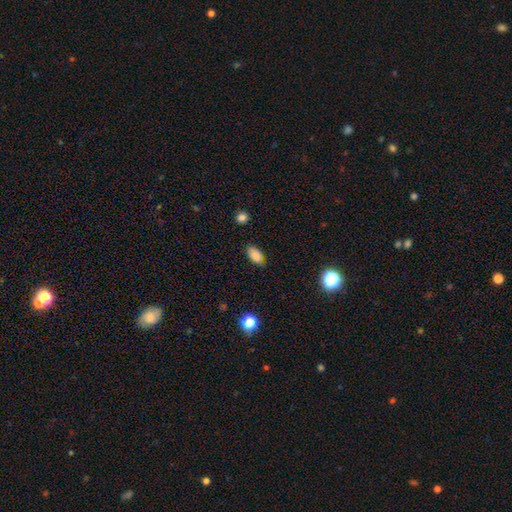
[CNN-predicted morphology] Smooth or featured?
  - smooth: 84% *
  - star or artifact: 9%
  - featured or disk: 7%
How rounded?
  - in between: 91% *
  - round: 5%
  - cigar-shaped: 5%
Merging?
  - none: 82% *
  - minor disturbance: 14%
  - major disturbance: 3%
  - merger: 1%